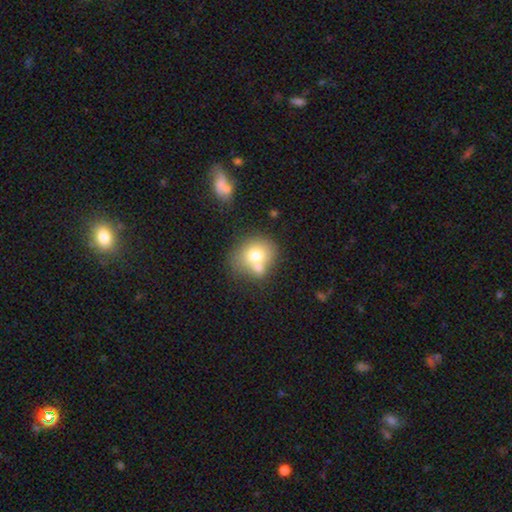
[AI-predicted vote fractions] smooth_or_featured: smooth (p=0.71) [alt: featured or disk p=0.20]
how_rounded: round (p=0.69) [alt: in between p=0.30]
merging: none (p=0.40) [tied with: merger p=0.40]